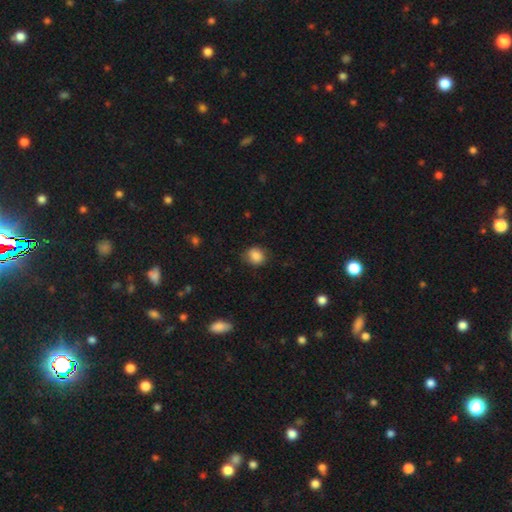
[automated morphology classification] A smooth galaxy with no disk features (84%) that is round (68%).

Vote fractions:
- Smooth or featured? smooth: 84% / star or artifact: 9% / featured or disk: 7%
- How rounded? round: 68% / in between: 31% / cigar-shaped: 1%
- Merging? none: 75% / minor disturbance: 19% / major disturbance: 5% / merger: 1%